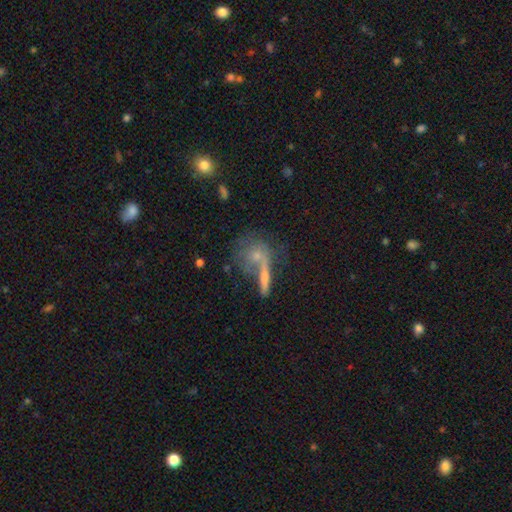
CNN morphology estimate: smooth 49%, featured or disk 37%, star or artifact 14%. Down the decision tree: merging — none (46%).